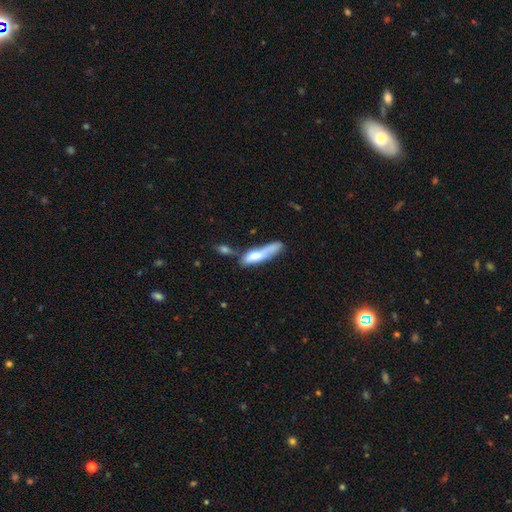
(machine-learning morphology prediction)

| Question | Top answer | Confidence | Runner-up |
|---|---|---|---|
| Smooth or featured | smooth | 63% | featured or disk (30%) |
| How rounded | cigar-shaped | 69% | in between (29%) |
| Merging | none | 31% | merger (29%) |